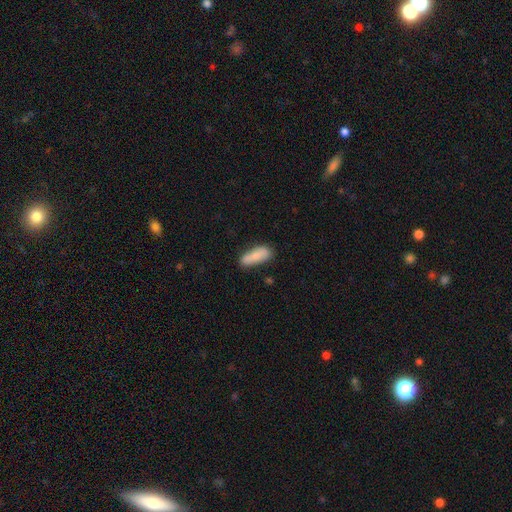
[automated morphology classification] This appears to be a smooth galaxy with no disk features (78%) that is in between round and cigar-shaped (64%). Merging: none (67%).